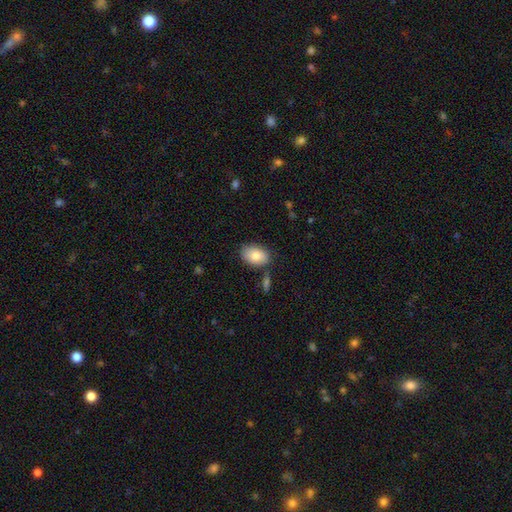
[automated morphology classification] smooth-or-featured: smooth: 83% | featured or disk: 10% | star or artifact: 6%
  how-rounded: in between: 90% | round: 9% | cigar-shaped: 1%
  merging: none: 78% | minor disturbance: 14% | merger: 5% | major disturbance: 3%